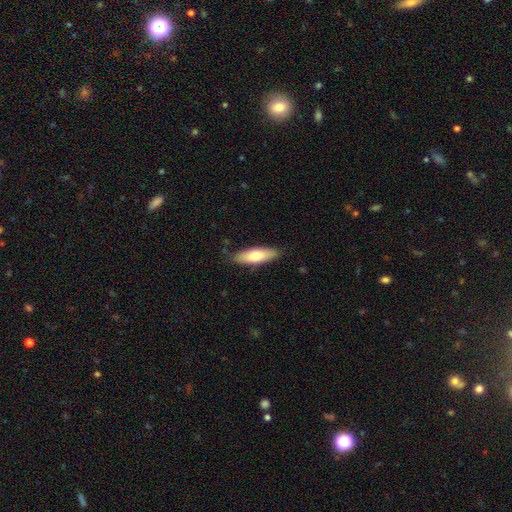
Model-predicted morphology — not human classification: smooth 70%, featured or disk 24%, star or artifact 6%. Down the decision tree: how rounded — in between (53%); merging — none (85%).